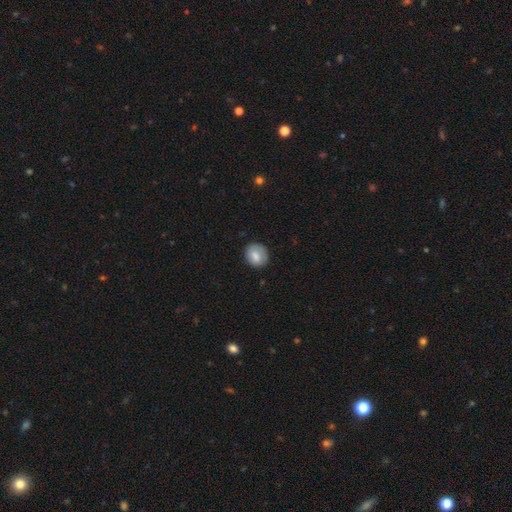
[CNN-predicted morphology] Overall: smooth (81%). How rounded: round (70%). Merging: none (80%).